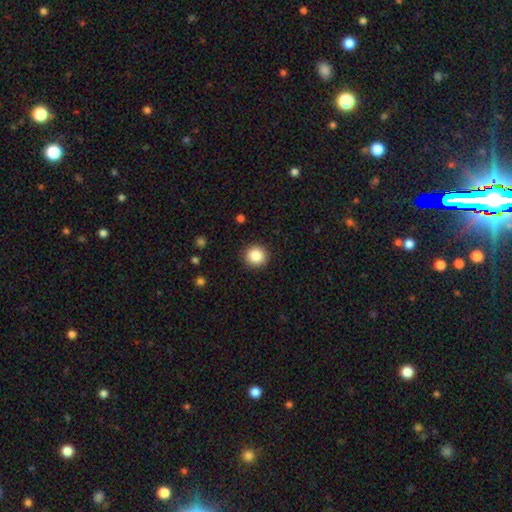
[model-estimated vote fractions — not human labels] Smooth or featured? Predicted: smooth (p=0.86). How rounded? Predicted: round (p=0.93). Merging? Predicted: none (p=0.91).